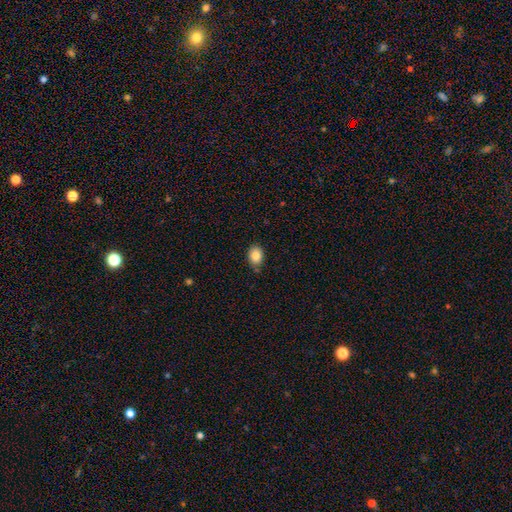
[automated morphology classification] Smooth or featured: smooth — 86% (star or artifact — 9%)
How rounded: in between — 67% (round — 32%)
Merging: none — 76% (minor disturbance — 19%)